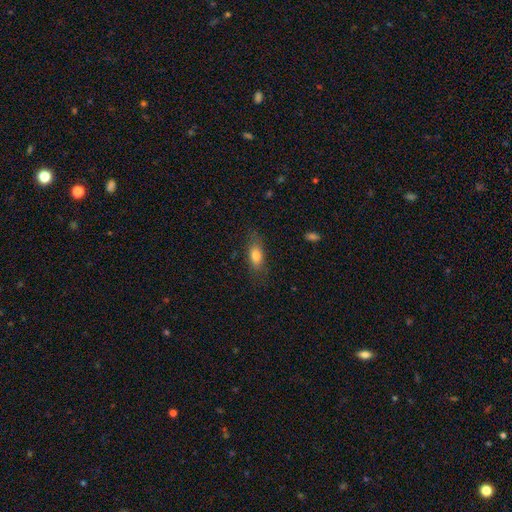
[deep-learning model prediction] Q: Smooth or featured?
A: smooth (76%); runner-up: featured or disk (16%)
Q: How rounded?
A: in between (74%); runner-up: cigar-shaped (21%)
Q: Merging?
A: none (76%); runner-up: minor disturbance (18%)